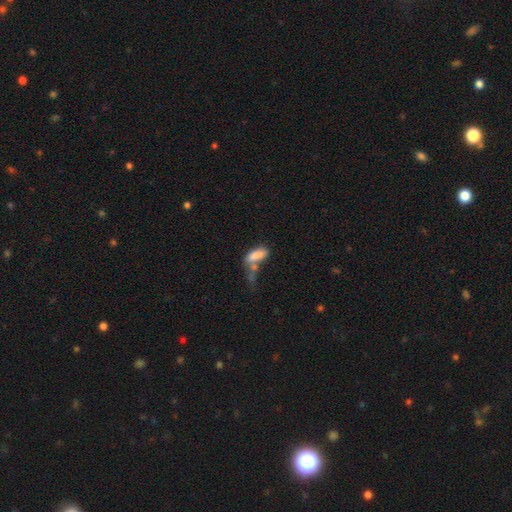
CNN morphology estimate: Smooth or featured? smooth (77%)
How rounded? in between (73%)
Merging? merger (42%)